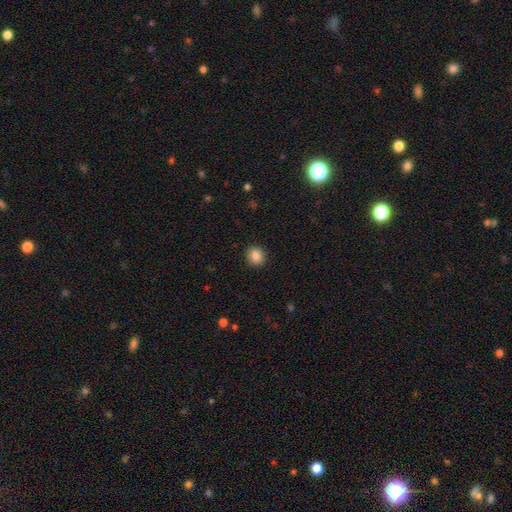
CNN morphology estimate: smooth 86%, star or artifact 10%, featured or disk 4%. Down the decision tree: how rounded — round (85%); merging — none (91%).